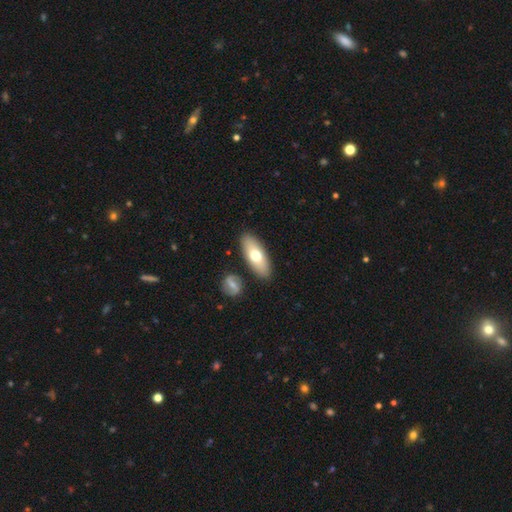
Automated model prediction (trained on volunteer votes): Q: Smooth or featured?
A: smooth (65%); runner-up: featured or disk (29%)
Q: How rounded?
A: in between (77%); runner-up: cigar-shaped (20%)
Q: Merging?
A: none (85%); runner-up: minor disturbance (9%)